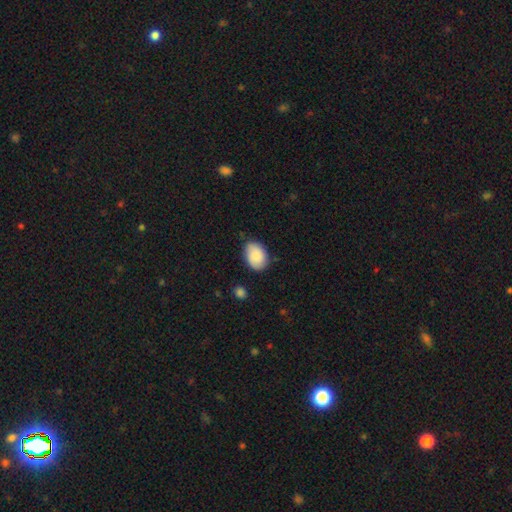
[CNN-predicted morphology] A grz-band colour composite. It shows a smooth galaxy with no disk features (84%) that is in between round and cigar-shaped (81%). Merging: none (78%).